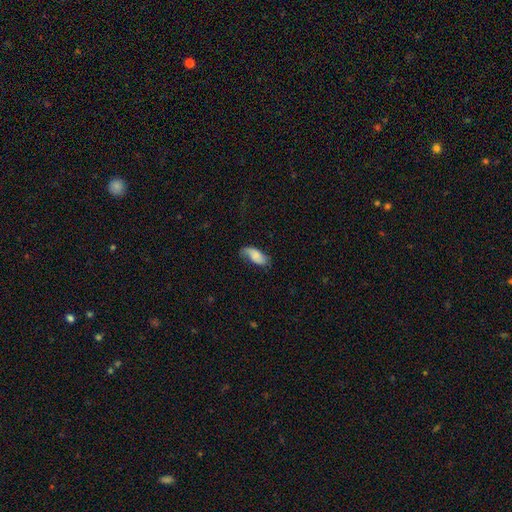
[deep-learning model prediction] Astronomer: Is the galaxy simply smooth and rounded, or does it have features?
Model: smooth — 75%.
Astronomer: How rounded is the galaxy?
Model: in between — 89%.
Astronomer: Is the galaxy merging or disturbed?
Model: none — 52% (runner-up: minor disturbance, 33%).